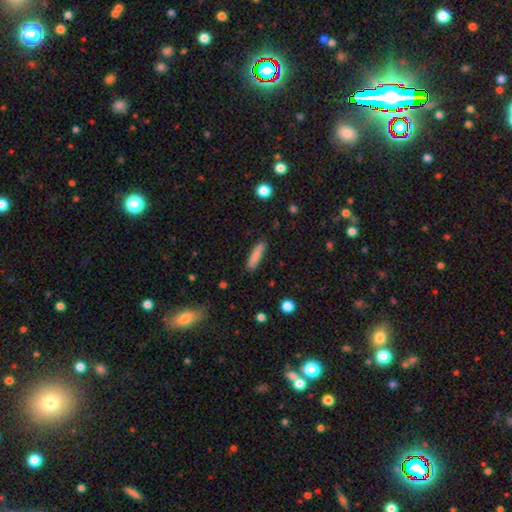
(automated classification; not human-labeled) smooth 85%, featured or disk 8%, star or artifact 7%. Down the decision tree: how rounded — cigar-shaped (81%); merging — none (87%).